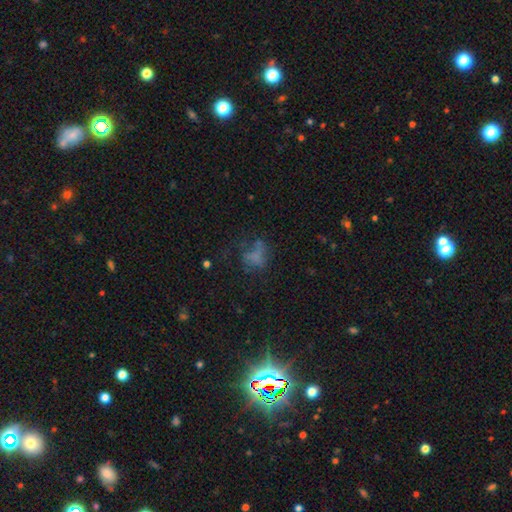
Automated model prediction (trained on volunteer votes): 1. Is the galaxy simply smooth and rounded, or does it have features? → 52% smooth, 27% featured or disk, 21% star or artifact.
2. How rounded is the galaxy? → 65% in between, 33% round, 3% cigar-shaped.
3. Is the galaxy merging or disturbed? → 38% major disturbance, 35% none, 20% minor disturbance, 7% merger.